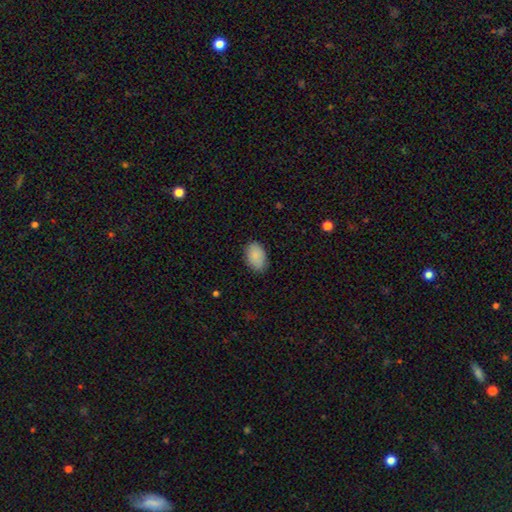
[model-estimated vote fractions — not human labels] The model was most divided on "merging": none: 83%, minor disturbance: 13%, major disturbance: 3%, merger: 1%. More confident: how rounded — in between (90%); smooth or featured — smooth (88%).